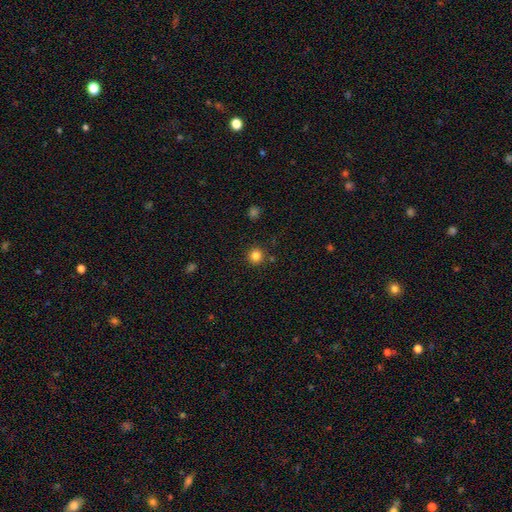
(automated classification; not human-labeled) Q: Smooth or featured?
A: smooth (83%); runner-up: star or artifact (13%)
Q: How rounded?
A: round (94%); runner-up: in between (5%)
Q: Merging?
A: none (88%); runner-up: minor disturbance (6%)